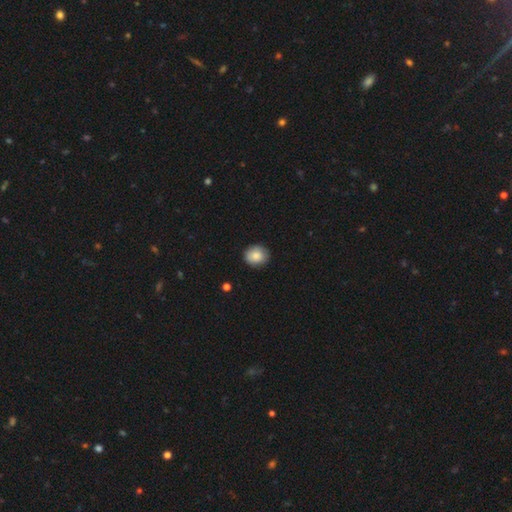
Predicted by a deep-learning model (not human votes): Smooth or featured? Predicted: smooth (p=0.85). How rounded? Predicted: round (p=0.78). Merging? Predicted: none (p=0.86).